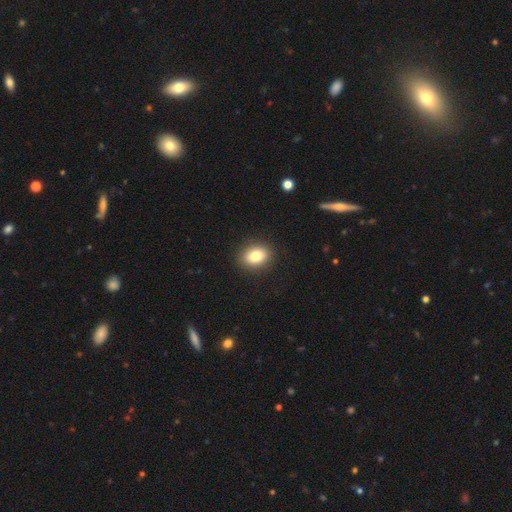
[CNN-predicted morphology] type=smooth (82%); roundness=in between (68%); merging=none (90%).